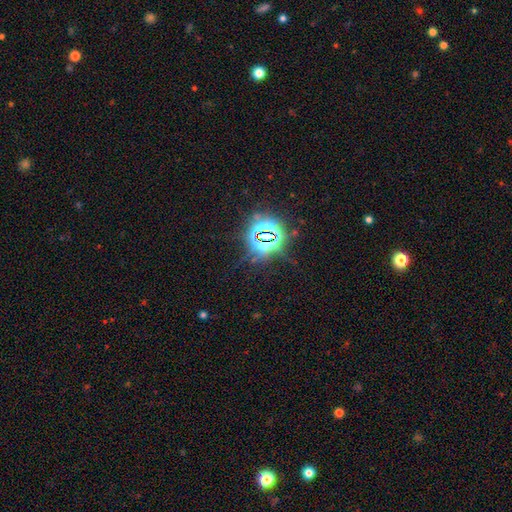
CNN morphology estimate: Smooth or featured? star or artifact (82%)